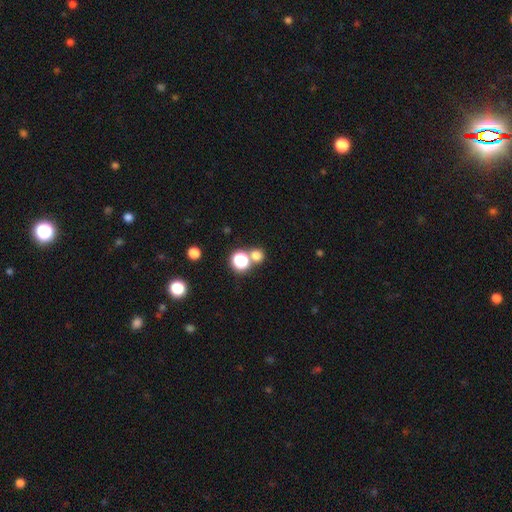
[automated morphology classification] A smooth galaxy with no disk features (71%) that is round (86%). Merging: none (64%).